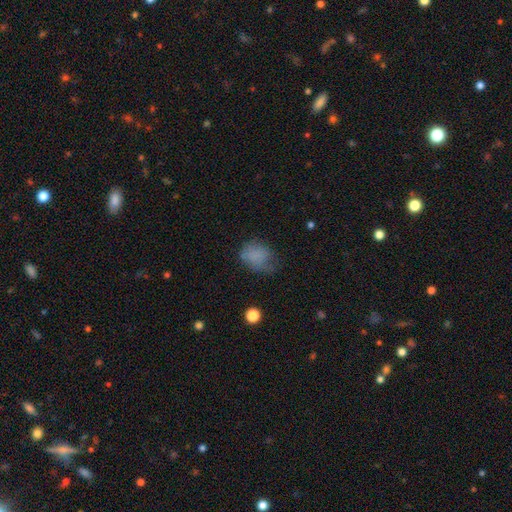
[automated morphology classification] This appears to be a smooth galaxy with no disk features (76%) that is in between round and cigar-shaped (58%). Merging: none (46%).